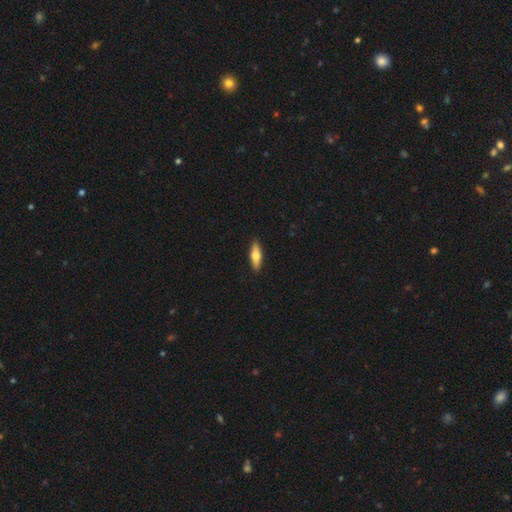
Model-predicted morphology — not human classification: type=smooth (63%); roundness=cigar-shaped (52%); merging=none (90%).